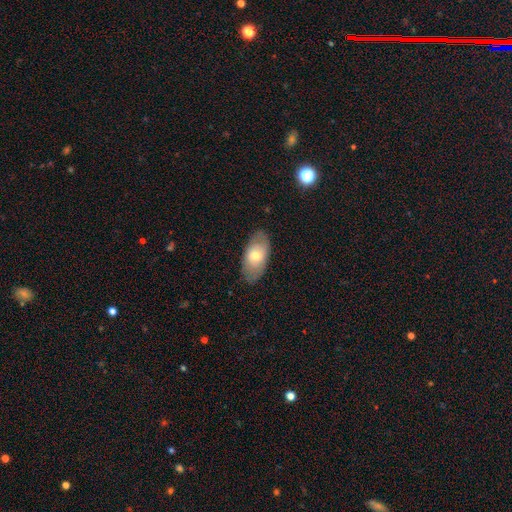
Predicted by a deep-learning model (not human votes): Smooth or featured? Predicted: smooth (p=0.58). How rounded? Predicted: in between (p=0.92). Merging? Predicted: none (p=0.80).